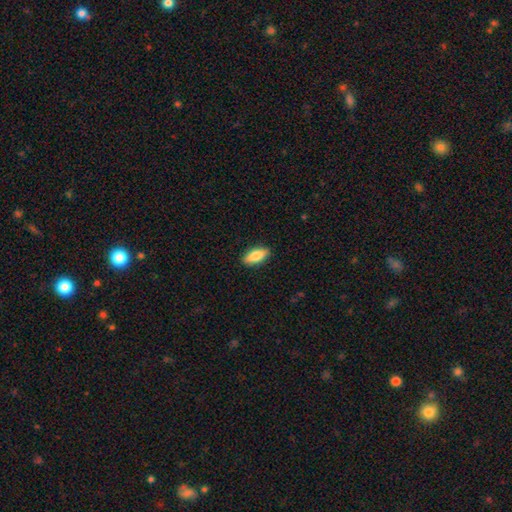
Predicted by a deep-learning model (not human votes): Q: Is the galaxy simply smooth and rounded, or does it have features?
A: smooth — 82%.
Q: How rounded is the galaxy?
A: in between — 82%.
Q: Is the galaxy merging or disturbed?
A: none — 89%.